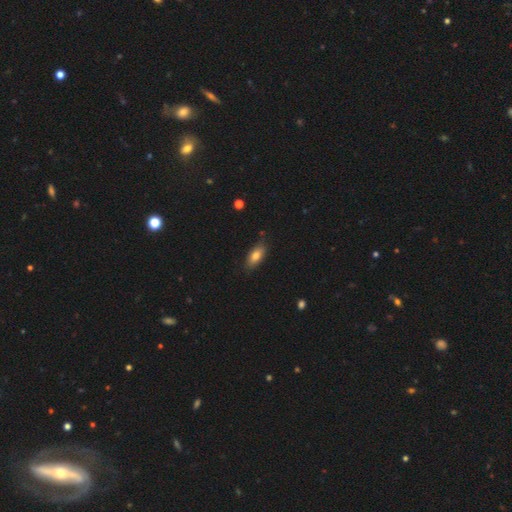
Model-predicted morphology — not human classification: type=smooth (79%); roundness=in between (84%); merging=none (82%).